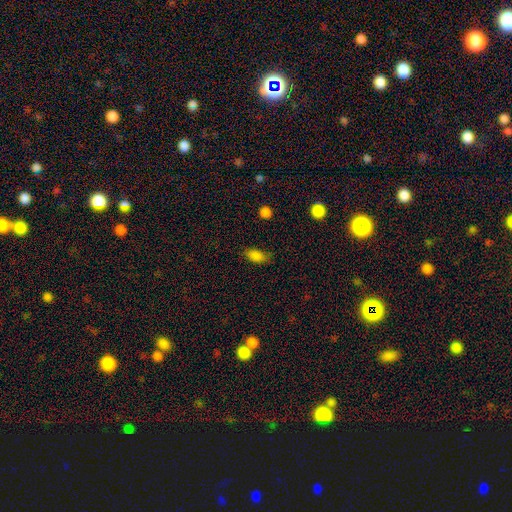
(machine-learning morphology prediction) A smooth galaxy with no disk features (83%) that is in between round and cigar-shaped (89%). Merging: none (73%).